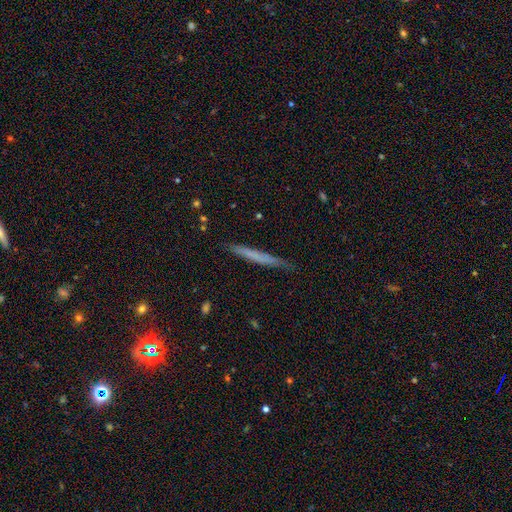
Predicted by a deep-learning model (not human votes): Smooth or featured? smooth (58%)
How rounded? cigar-shaped (96%)
Merging? none (84%)